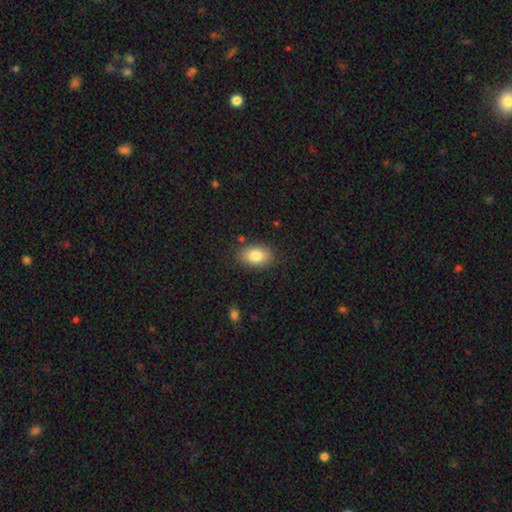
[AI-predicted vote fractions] smooth 83%, featured or disk 10%, star or artifact 8%. Down the decision tree: how rounded — in between (88%); merging — none (85%).